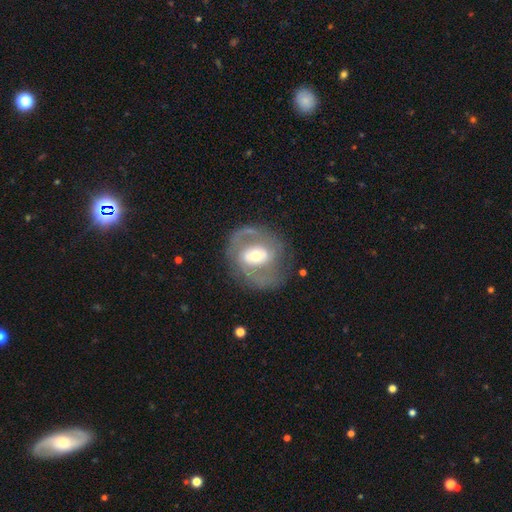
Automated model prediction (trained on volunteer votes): smooth-or-featured: featured or disk: 76% | smooth: 17% | star or artifact: 6%
  disk-edge-on: no: 97% | yes: 3%
    bar: no: 51% | weak: 32% | strong: 17%
    has-spiral-arms: yes: 78% | no: 22%
      spiral-winding: medium: 46% | tight: 33% | loose: 21%
      spiral-arm-count: 2: 75% | can't tell: 12% | 1: 6% | 3: 4% | 4: 2% | more than 4: 2%
    bulge-size: moderate: 60% | small: 25% | large: 12% | dominant: 2% | none: 1%
  merging: none: 69% | minor disturbance: 16% | major disturbance: 13% | merger: 2%